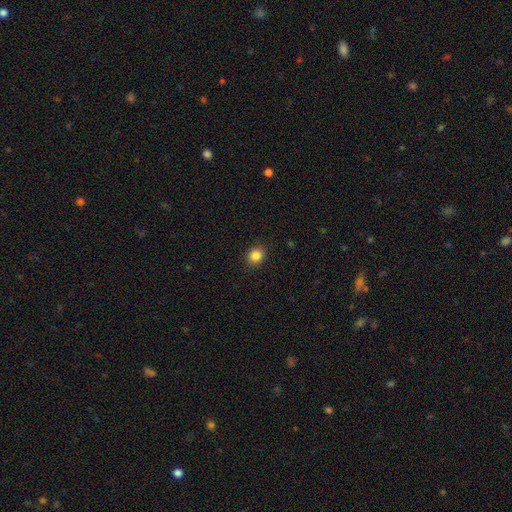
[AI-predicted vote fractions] Smooth or featured: smooth — 85% (star or artifact — 11%)
How rounded: round — 66% (in between — 33%)
Merging: none — 90% (minor disturbance — 7%)